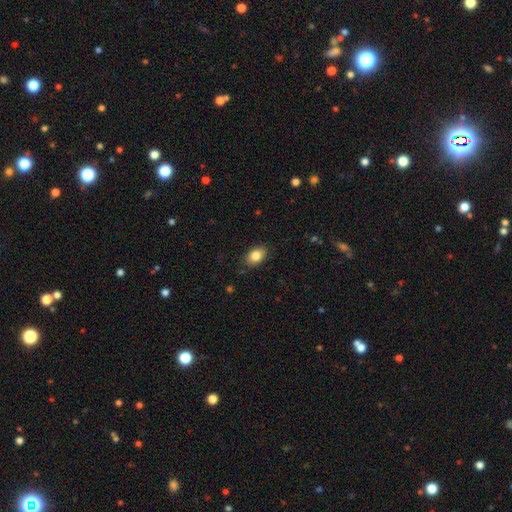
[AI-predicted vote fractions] smooth_or_featured: smooth (p=0.84) [alt: star or artifact p=0.08]
how_rounded: in between (p=0.84) [alt: round p=0.15]
merging: none (p=0.85) [alt: minor disturbance p=0.11]